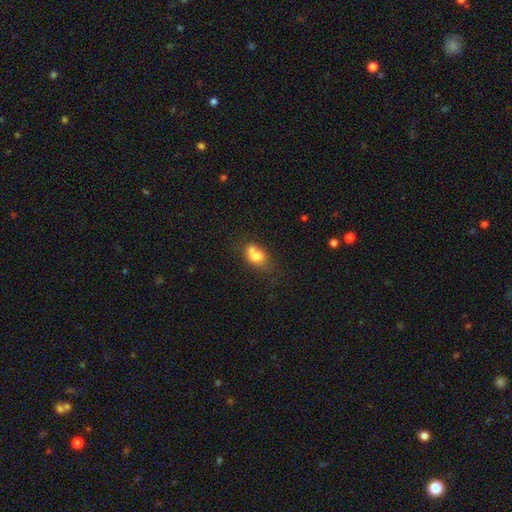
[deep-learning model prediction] Morphology: type=smooth (71%); roundness=in between (59%); merging=merger (47%).